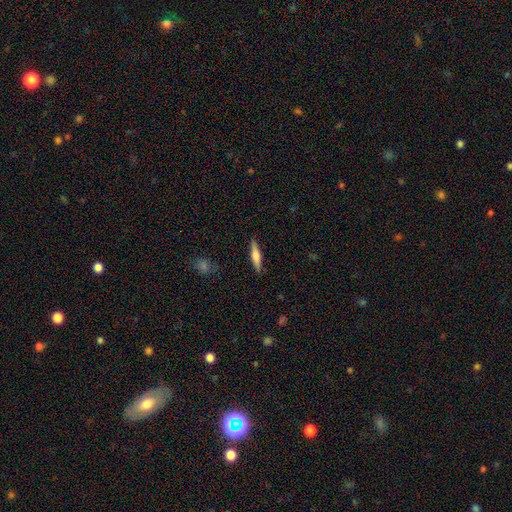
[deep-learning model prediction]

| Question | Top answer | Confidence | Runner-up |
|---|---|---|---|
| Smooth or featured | smooth | 56% | featured or disk (38%) |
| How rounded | cigar-shaped | 83% | in between (15%) |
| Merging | none | 89% | minor disturbance (8%) |